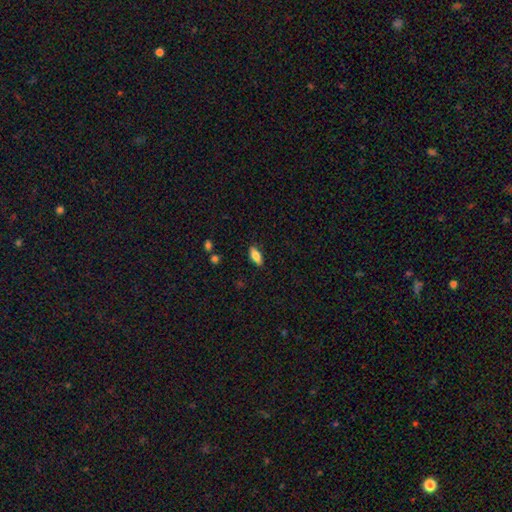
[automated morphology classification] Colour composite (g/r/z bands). It shows a smooth galaxy with no disk features (76%) that is in between round and cigar-shaped (79%). Merging: none (86%).